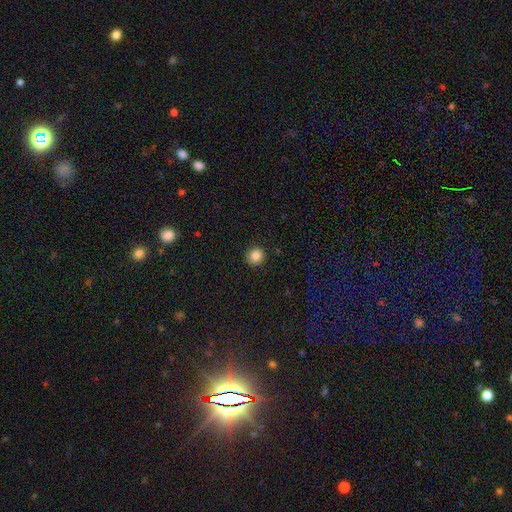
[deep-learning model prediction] The model was most divided on "smooth or featured": smooth: 85%, star or artifact: 10%, featured or disk: 4%. More confident: how rounded — round (94%); merging — none (91%).